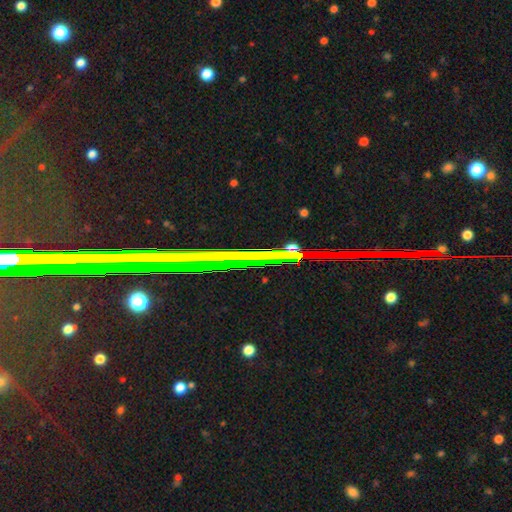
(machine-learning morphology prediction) This is clearly a star or artifact rather than a galaxy (81%).